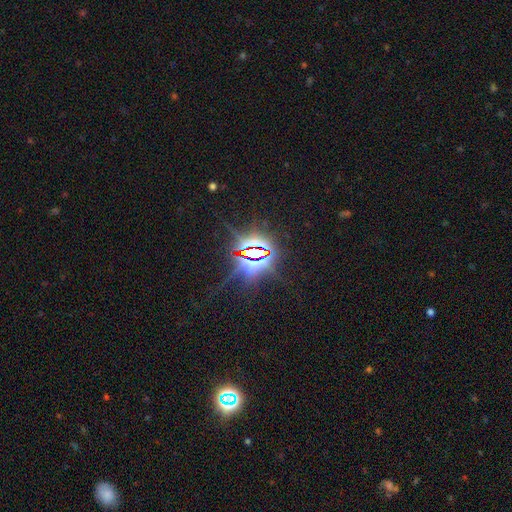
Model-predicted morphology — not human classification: The model was most divided on "smooth or featured": star or artifact: 85%, smooth: 8%, featured or disk: 7%.